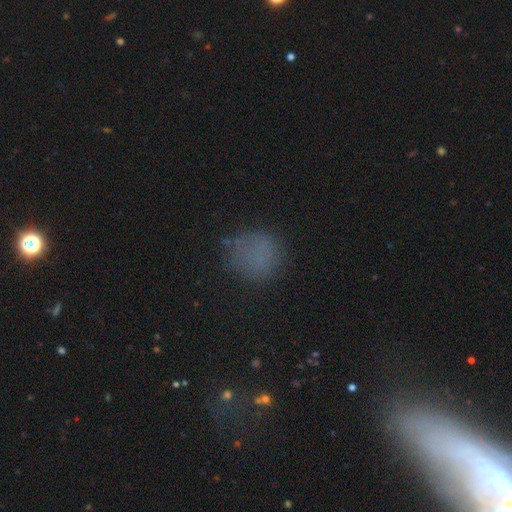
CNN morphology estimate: A smooth galaxy with no disk features (67%) that is round (86%). Merging: none (74%).